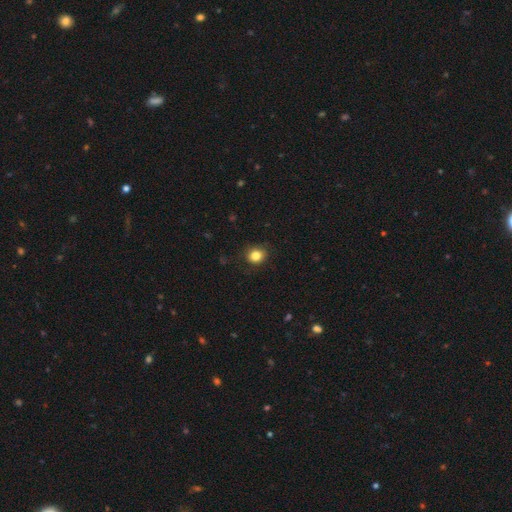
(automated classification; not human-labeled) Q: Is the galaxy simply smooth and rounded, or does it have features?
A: smooth — 84%.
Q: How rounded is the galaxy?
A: round — 77%.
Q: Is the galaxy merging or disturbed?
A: none — 85%.